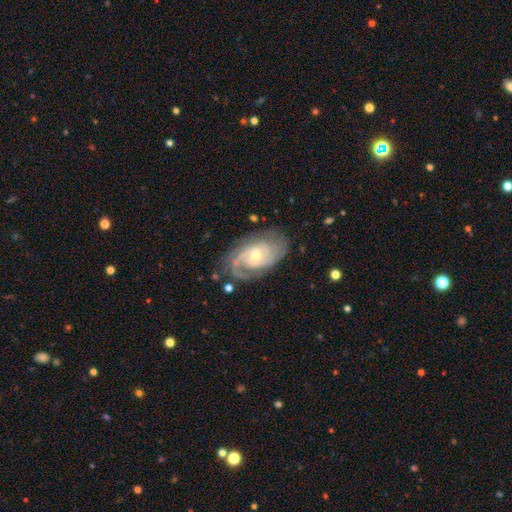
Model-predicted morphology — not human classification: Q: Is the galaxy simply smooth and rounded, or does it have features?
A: featured or disk — 90%.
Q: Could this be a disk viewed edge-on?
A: no — 96%.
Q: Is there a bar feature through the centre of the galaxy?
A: no — 64%.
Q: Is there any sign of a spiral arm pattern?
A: yes — 97%.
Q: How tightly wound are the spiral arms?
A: tight — 53%.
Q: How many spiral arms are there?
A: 2 — 48%.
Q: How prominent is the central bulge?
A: small — 49%.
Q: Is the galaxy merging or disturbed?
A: none — 73%.